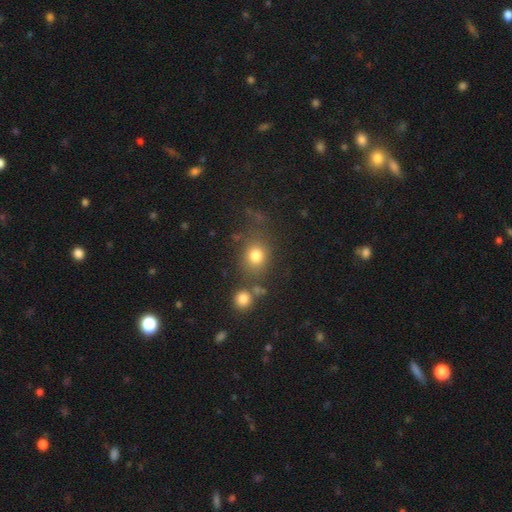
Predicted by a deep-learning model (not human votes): A smooth galaxy with no disk features (78%) that is round (66%).

Vote fractions:
- Smooth or featured? smooth: 78% / star or artifact: 13% / featured or disk: 8%
- How rounded? round: 66% / in between: 33% / cigar-shaped: 1%
- Merging? none: 66% / minor disturbance: 14% / merger: 12% / major disturbance: 8%